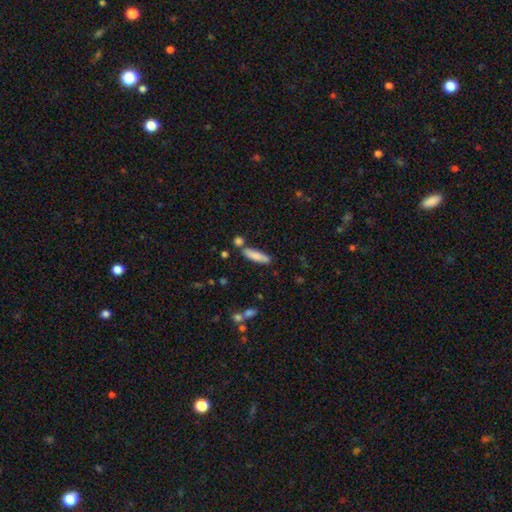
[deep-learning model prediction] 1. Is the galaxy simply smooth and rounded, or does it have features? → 82% smooth, 12% featured or disk, 6% star or artifact.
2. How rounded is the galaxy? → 72% cigar-shaped, 26% in between, 2% round.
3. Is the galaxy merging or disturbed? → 74% none, 12% minor disturbance, 11% merger, 3% major disturbance.